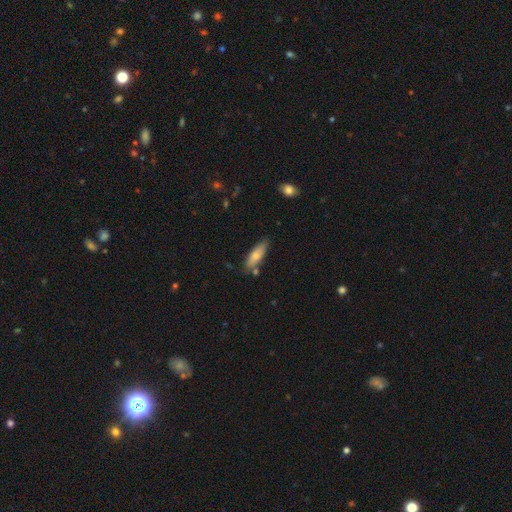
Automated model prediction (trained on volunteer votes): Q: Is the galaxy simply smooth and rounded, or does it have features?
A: smooth — 74%.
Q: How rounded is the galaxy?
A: in between — 52%.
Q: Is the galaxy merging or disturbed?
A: none — 74%.